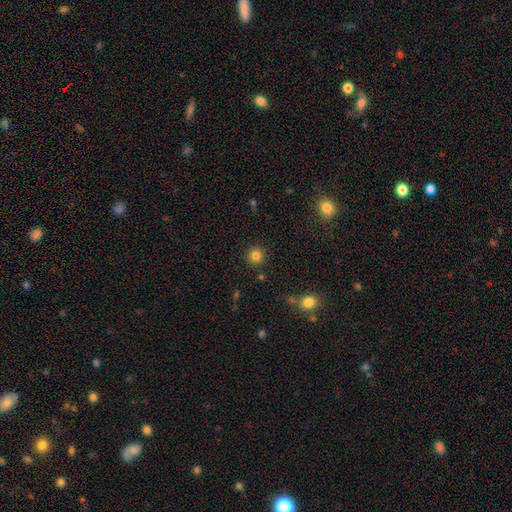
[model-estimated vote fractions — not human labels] Overall: smooth (83%). How rounded: round (94%). Merging: none (90%).